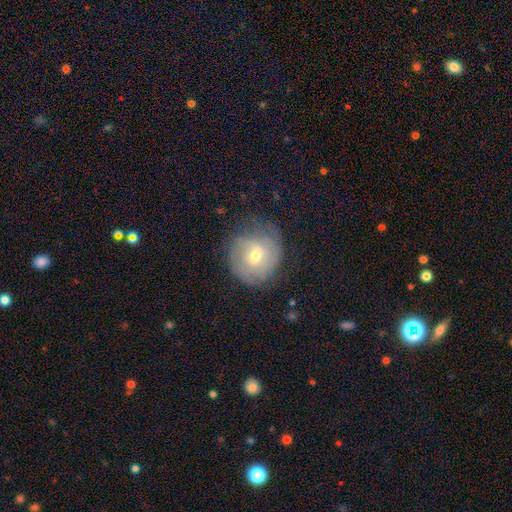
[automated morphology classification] A featured or disk galaxy (60%) with a weak bar (48%), spiral arms (80%) and a moderate central bulge (51%).

Vote fractions:
- Smooth or featured? featured or disk: 60% / smooth: 32% / star or artifact: 8%
- Edge-on disk? no: 97% / yes: 3%
- Bar? weak: 48% / no: 42% / strong: 10%
- Spiral arms? yes: 80% / no: 20%
- Bulge size? moderate: 51% / small: 44% / large: 2% / none: 1% / dominant: 1%
- Merging? none: 63% / minor disturbance: 24% / major disturbance: 11% / merger: 1%